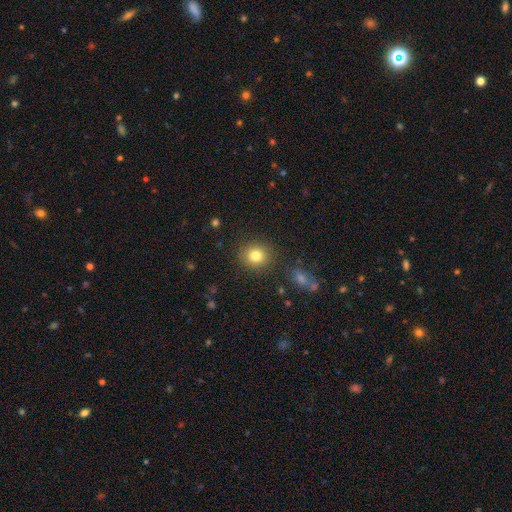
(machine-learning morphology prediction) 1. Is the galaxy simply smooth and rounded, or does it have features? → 80% smooth, 12% star or artifact, 8% featured or disk.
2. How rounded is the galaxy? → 85% round, 14% in between, 1% cigar-shaped.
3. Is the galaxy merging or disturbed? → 87% none, 8% minor disturbance, 3% major disturbance, 2% merger.